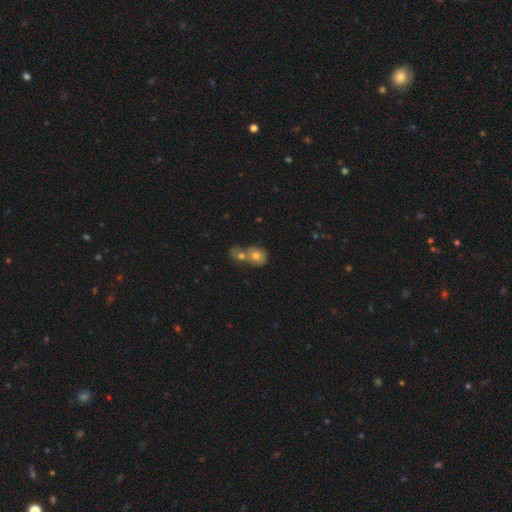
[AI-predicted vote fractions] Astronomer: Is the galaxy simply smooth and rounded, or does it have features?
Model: smooth — 71%.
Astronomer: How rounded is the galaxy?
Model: round — 64%.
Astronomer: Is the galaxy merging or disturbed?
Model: merger — 69%.